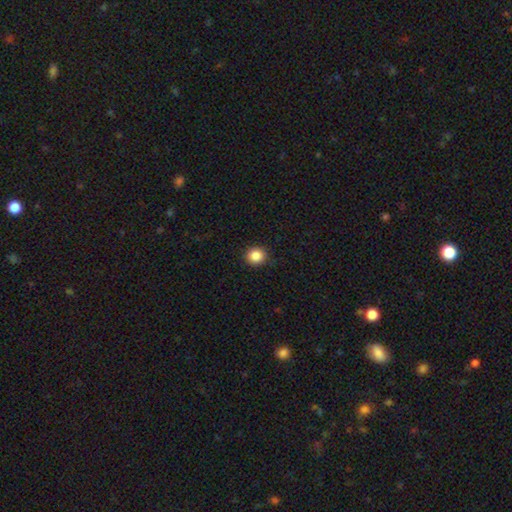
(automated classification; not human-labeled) This is clearly a smooth galaxy (87%). How rounded: clearly round (86%). Merging: clearly none (91%).